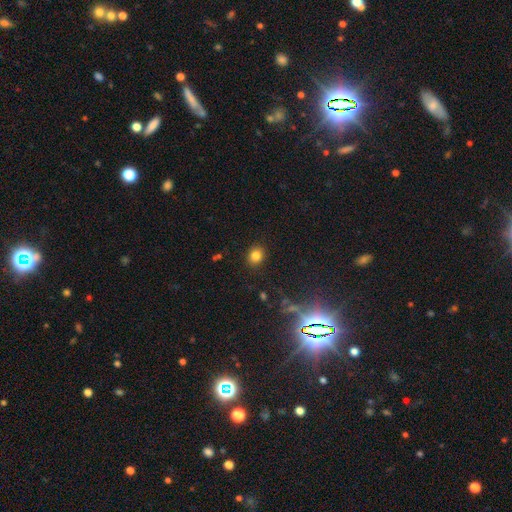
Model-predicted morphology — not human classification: A smooth galaxy with no disk features (81%) that is round (69%). Merging: none (89%).